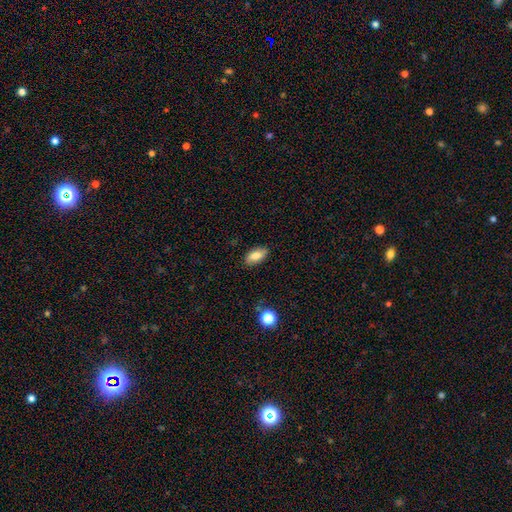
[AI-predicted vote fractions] Smooth or featured? Predicted: smooth (p=0.80). How rounded? Predicted: in between (p=0.90). Merging? Predicted: none (p=0.83).